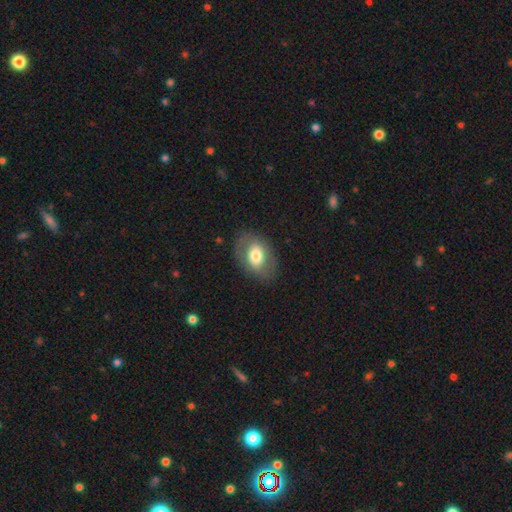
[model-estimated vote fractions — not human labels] A smooth galaxy with no disk features (62%) that is in between round and cigar-shaped (79%).

Vote fractions:
- Smooth or featured? smooth: 62% / featured or disk: 31% / star or artifact: 7%
- How rounded? in between: 79% / round: 20% / cigar-shaped: 1%
- Merging? none: 81% / minor disturbance: 12% / major disturbance: 6% / merger: 1%